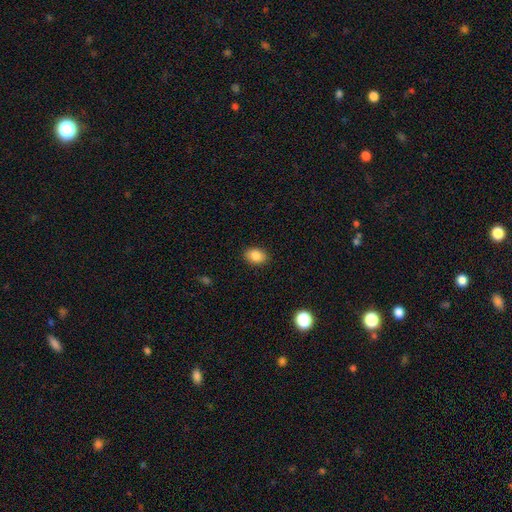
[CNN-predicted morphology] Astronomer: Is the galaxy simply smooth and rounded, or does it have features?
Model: smooth — 86%.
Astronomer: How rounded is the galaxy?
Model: in between — 77%.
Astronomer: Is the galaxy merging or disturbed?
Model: none — 89%.